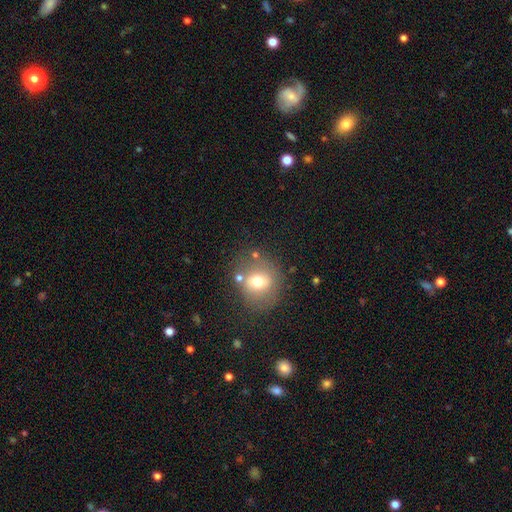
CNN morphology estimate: A smooth galaxy with no disk features (65%) that is round (80%).

Vote fractions:
- Smooth or featured? smooth: 65% / featured or disk: 19% / star or artifact: 16%
- How rounded? round: 80% / in between: 19% / cigar-shaped: 1%
- Merging? none: 73% / minor disturbance: 14% / merger: 8% / major disturbance: 5%